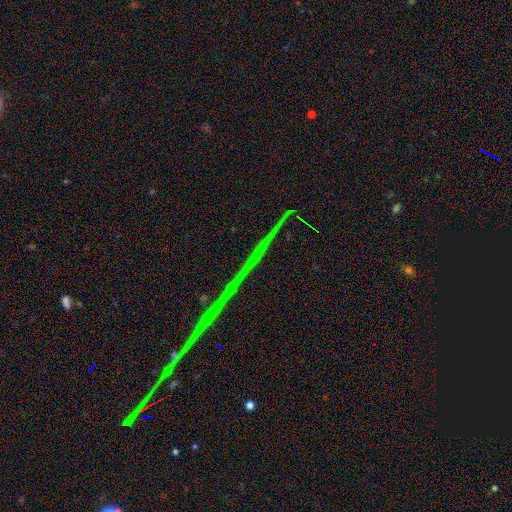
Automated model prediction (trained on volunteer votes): A star or artifact, not a galaxy (82%).